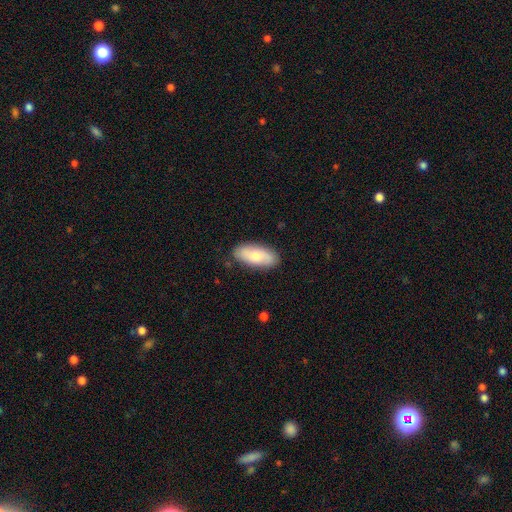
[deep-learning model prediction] This appears to be a smooth galaxy with no disk features (69%) that is in between round and cigar-shaped (86%). Merging: none (84%).